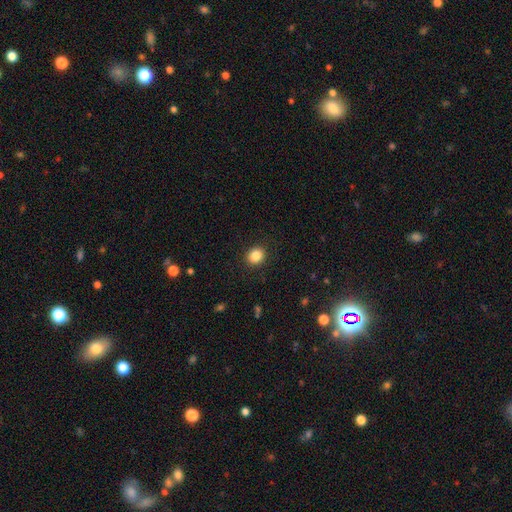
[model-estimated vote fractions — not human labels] This appears to be a smooth galaxy with no disk features (86%) that is round (74%). Merging: none (90%).